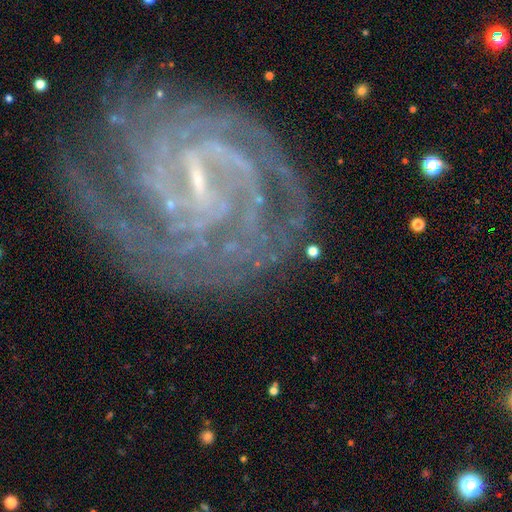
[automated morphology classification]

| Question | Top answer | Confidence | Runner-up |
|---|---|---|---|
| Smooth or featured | featured or disk | 89% | star or artifact (6%) |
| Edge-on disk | no | 98% | yes (2%) |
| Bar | strong | 46% | weak (42%) |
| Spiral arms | yes | 97% | no (3%) |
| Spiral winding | tight | 67% | medium (27%) |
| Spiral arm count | can't tell | 22% | 2 (21%) |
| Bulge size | small | 68% | none (17%) |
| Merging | none | 69% | minor disturbance (17%) |